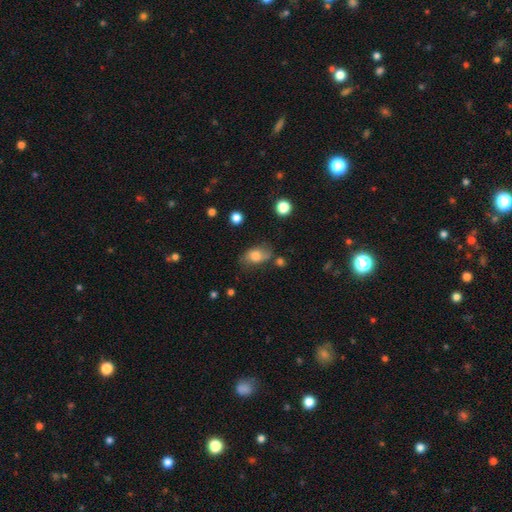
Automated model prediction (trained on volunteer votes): A smooth galaxy with no disk features (70%) that is in between round and cigar-shaped (82%).

Vote fractions:
- Smooth or featured? smooth: 70% / featured or disk: 20% / star or artifact: 10%
- How rounded? in between: 82% / round: 15% / cigar-shaped: 2%
- Merging? none: 59% / minor disturbance: 25% / major disturbance: 10% / merger: 6%